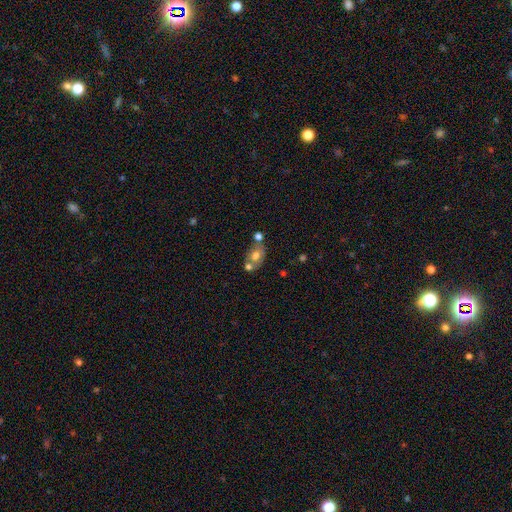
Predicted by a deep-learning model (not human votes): smooth_or_featured: smooth (p=0.60) [alt: featured or disk p=0.31]
how_rounded: in between (p=0.78) [alt: round p=0.20]
merging: none (p=0.50) [alt: merger p=0.29]